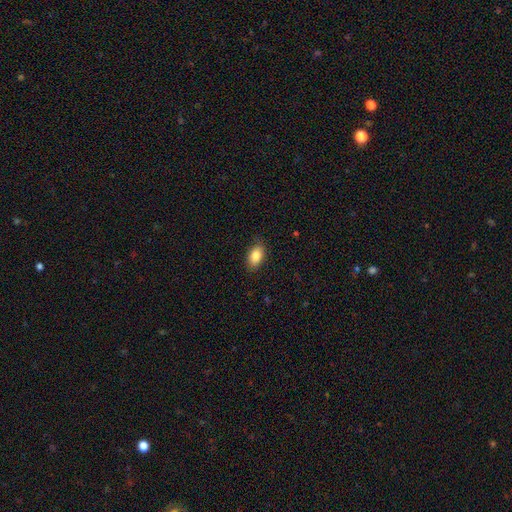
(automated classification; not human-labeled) Morphology: type=smooth (84%); roundness=in between (90%); merging=none (83%).